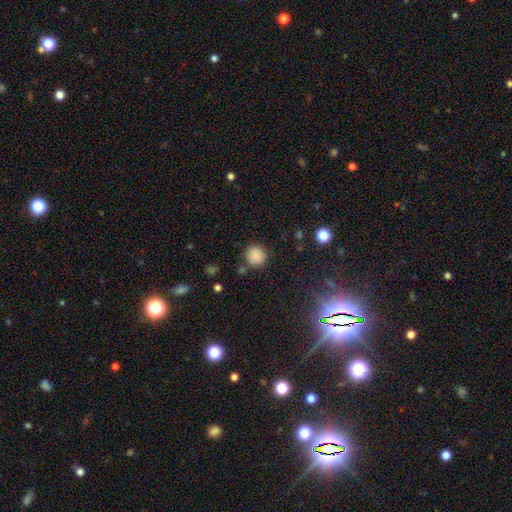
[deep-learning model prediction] Overall: smooth (84%). How rounded: round (90%). Merging: none (82%).